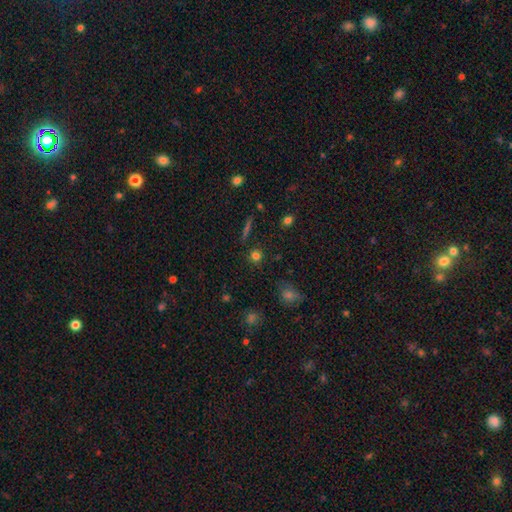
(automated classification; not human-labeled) smooth-or-featured: smooth: 77% | star or artifact: 15% | featured or disk: 8%
  how-rounded: round: 92% | in between: 6% | cigar-shaped: 2%
  merging: none: 88% | minor disturbance: 7% | merger: 3% | major disturbance: 2%